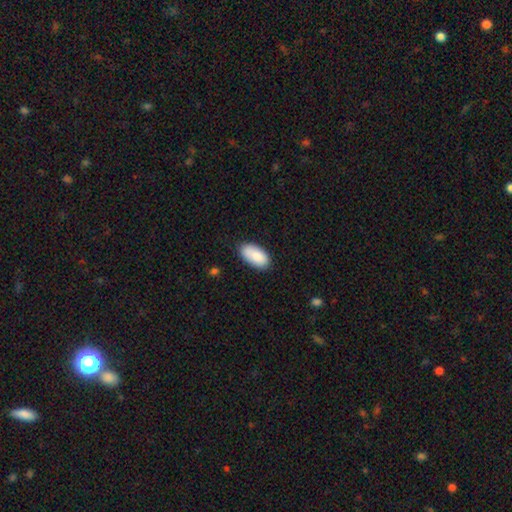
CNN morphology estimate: type=smooth (86%); roundness=in between (95%); merging=none (80%).